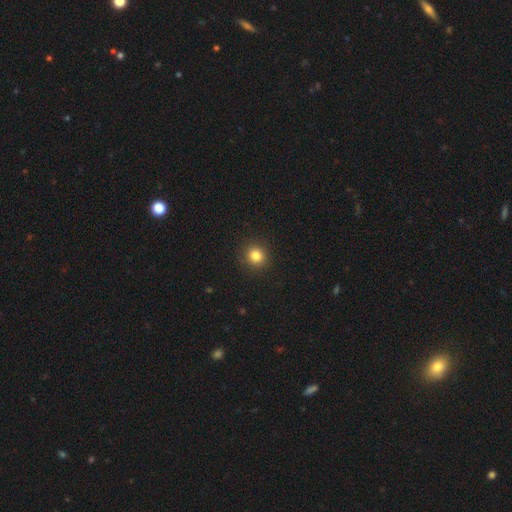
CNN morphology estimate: Smooth or featured?
  - smooth: 83% *
  - star or artifact: 12%
  - featured or disk: 5%
How rounded?
  - round: 90% *
  - in between: 9%
  - cigar-shaped: 1%
Merging?
  - none: 91% *
  - minor disturbance: 6%
  - major disturbance: 2%
  - merger: 1%